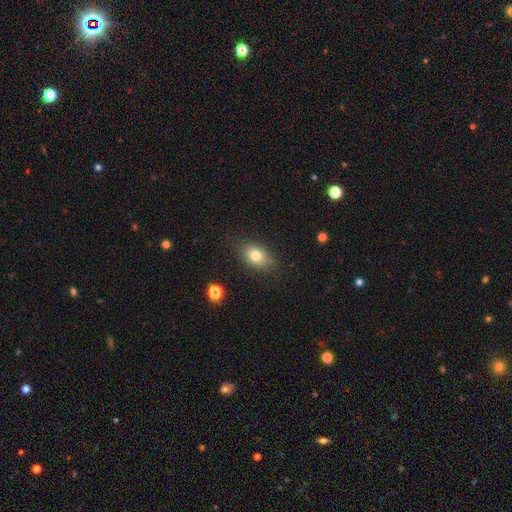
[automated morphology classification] This is likely a smooth galaxy (77%). How rounded: likely in between (76%). Merging: likely none (79%).